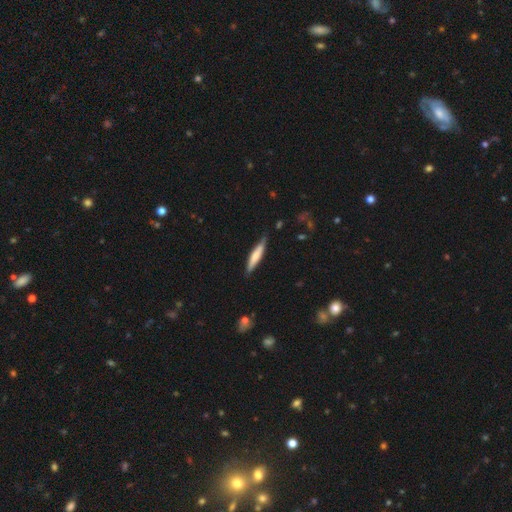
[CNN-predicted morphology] type=smooth (64%); roundness=cigar-shaped (86%); merging=none (79%).